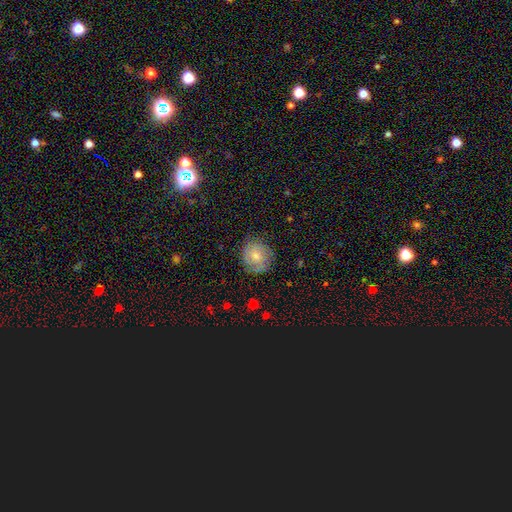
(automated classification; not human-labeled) featured or disk 51%, smooth 33%, star or artifact 16%. Down the decision tree: edge-on disk — no (97%); merging — none (81%).